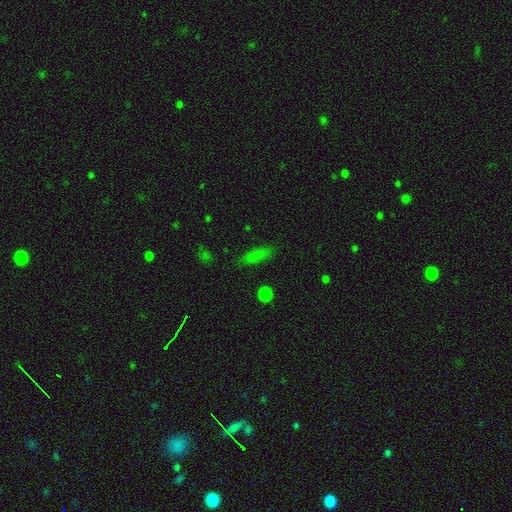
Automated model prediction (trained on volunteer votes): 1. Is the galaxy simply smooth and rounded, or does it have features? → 74% smooth, 16% star or artifact, 11% featured or disk.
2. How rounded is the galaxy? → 55% cigar-shaped, 40% in between, 4% round.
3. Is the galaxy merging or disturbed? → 83% none, 12% minor disturbance, 3% major disturbance, 2% merger.